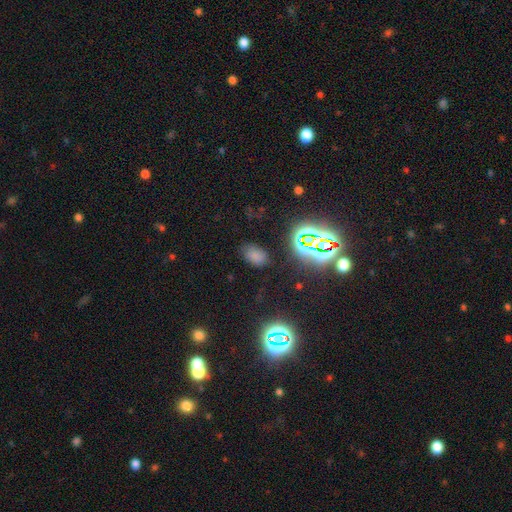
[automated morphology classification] Q: Smooth or featured?
A: smooth (65%); runner-up: star or artifact (28%)
Q: How rounded?
A: in between (84%); runner-up: round (15%)
Q: Merging?
A: none (77%); runner-up: minor disturbance (15%)